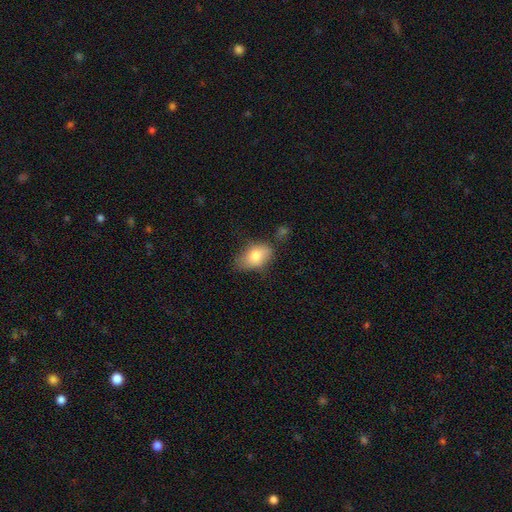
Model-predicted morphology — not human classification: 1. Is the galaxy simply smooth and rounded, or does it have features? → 79% smooth, 13% featured or disk, 8% star or artifact.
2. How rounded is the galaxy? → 88% in between, 10% round, 2% cigar-shaped.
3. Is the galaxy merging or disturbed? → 58% none, 28% minor disturbance, 8% major disturbance, 6% merger.